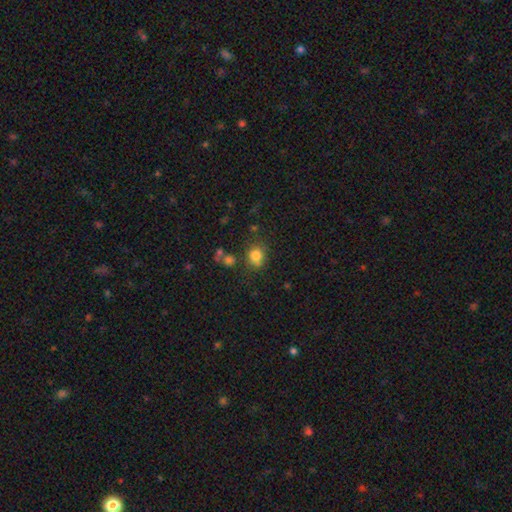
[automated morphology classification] smooth_or_featured: smooth (p=0.81) [alt: star or artifact p=0.13]
how_rounded: round (p=0.74) [alt: in between p=0.25]
merging: none (p=0.70) [alt: minor disturbance p=0.15]